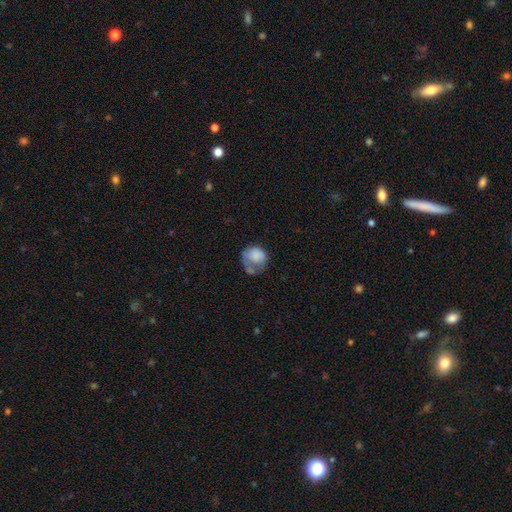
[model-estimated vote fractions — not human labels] Smooth or featured? Predicted: smooth (p=0.68). How rounded? Predicted: round (p=0.67). Merging? Predicted: major disturbance (p=0.35).